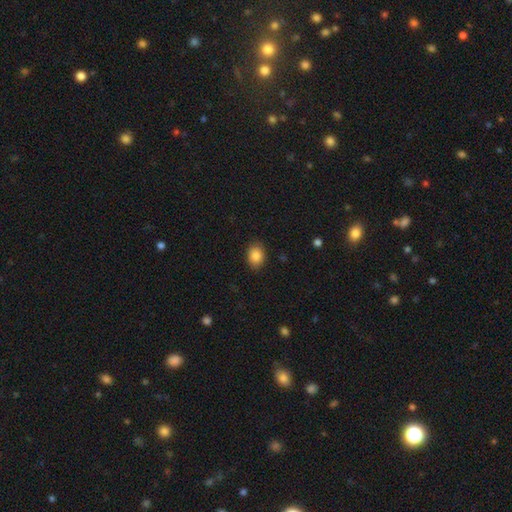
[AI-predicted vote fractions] A smooth galaxy with no disk features (87%) that is in between round and cigar-shaped (64%). Merging: none (87%).